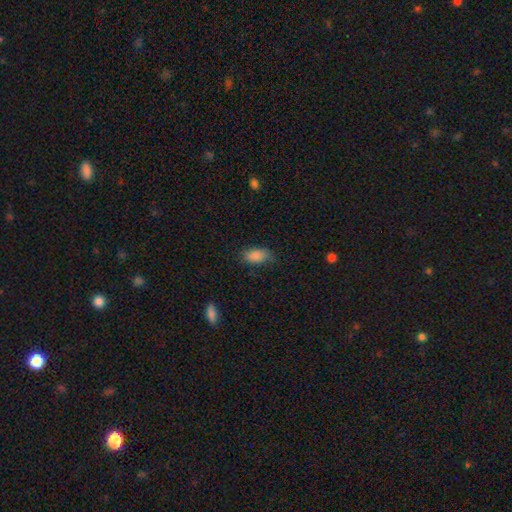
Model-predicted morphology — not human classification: A smooth galaxy with no disk features (86%) that is in between round and cigar-shaped (91%). Merging: none (76%).